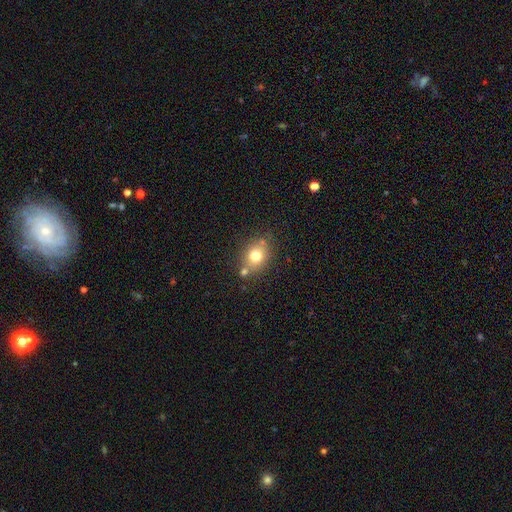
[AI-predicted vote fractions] This is likely a smooth galaxy (74%). How rounded: possibly round (57%). Merging: likely none (69%).